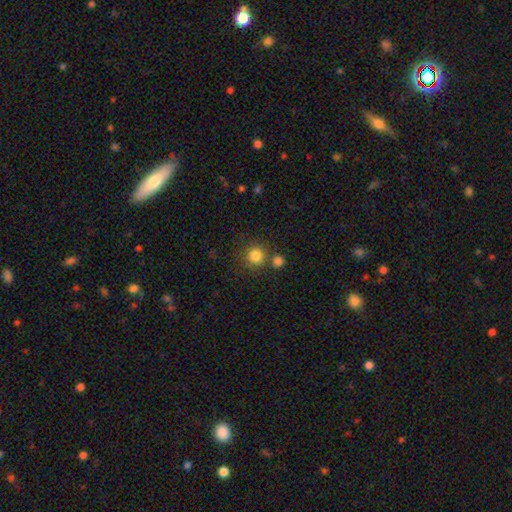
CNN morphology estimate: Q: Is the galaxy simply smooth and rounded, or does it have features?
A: smooth — 83%.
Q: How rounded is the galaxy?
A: round — 93%.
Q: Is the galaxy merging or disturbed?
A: none — 74%.